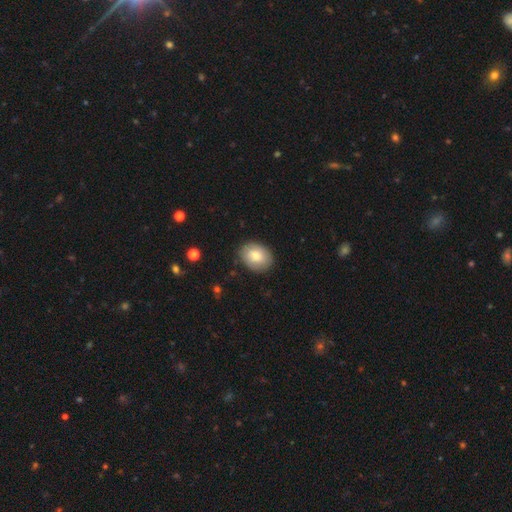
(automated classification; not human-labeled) A smooth galaxy with no disk features (77%) that is in between round and cigar-shaped (65%). Merging: none (85%).